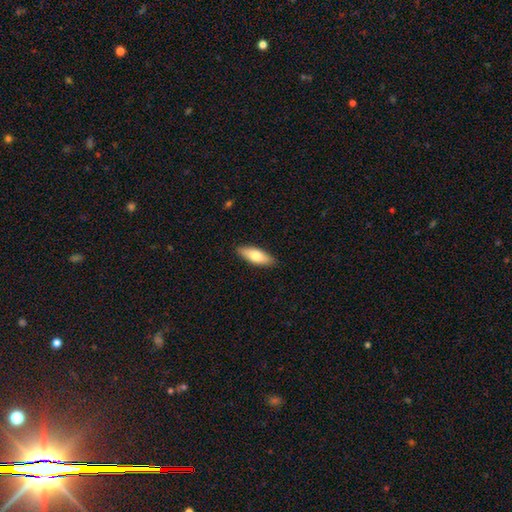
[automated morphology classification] Smooth or featured? smooth (72%)
How rounded? in between (67%)
Merging? none (88%)